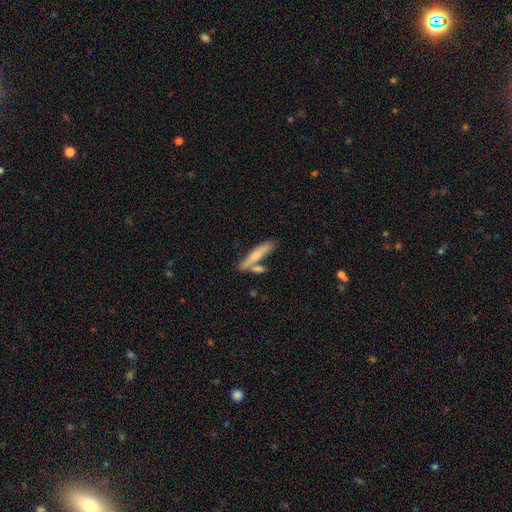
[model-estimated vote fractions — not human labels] Smooth or featured: smooth — 66% (featured or disk — 28%)
How rounded: cigar-shaped — 86% (in between — 12%)
Merging: none — 59% (merger — 24%)